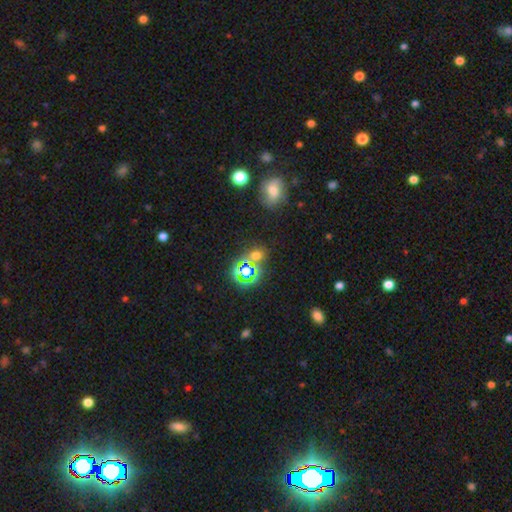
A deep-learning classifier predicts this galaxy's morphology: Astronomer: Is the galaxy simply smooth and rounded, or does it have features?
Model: smooth — 47% (runner-up: star or artifact, 44%).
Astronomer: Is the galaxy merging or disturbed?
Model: none — 69%.